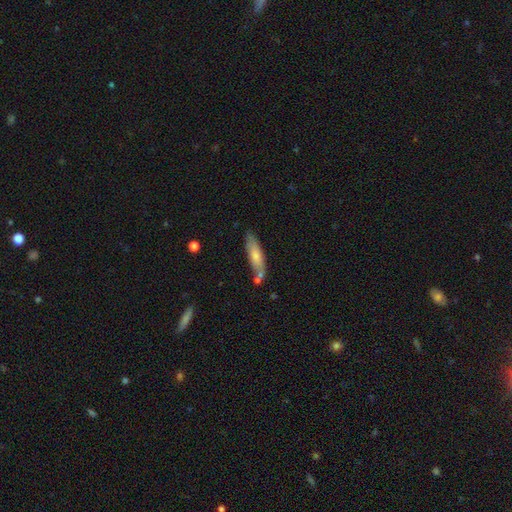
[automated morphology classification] Smooth or featured? smooth (66%)
How rounded? cigar-shaped (64%)
Merging? none (63%)